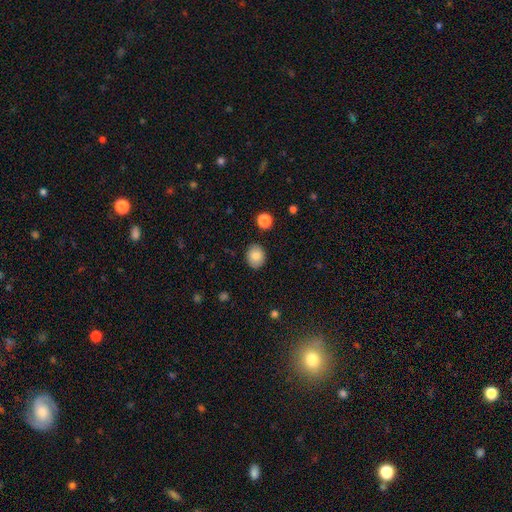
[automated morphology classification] A smooth galaxy with no disk features (84%) that is round (57%).

Vote fractions:
- Smooth or featured? smooth: 84% / star or artifact: 8% / featured or disk: 8%
- How rounded? round: 57% / in between: 42% / cigar-shaped: 1%
- Merging? none: 88% / minor disturbance: 8% / major disturbance: 2% / merger: 1%